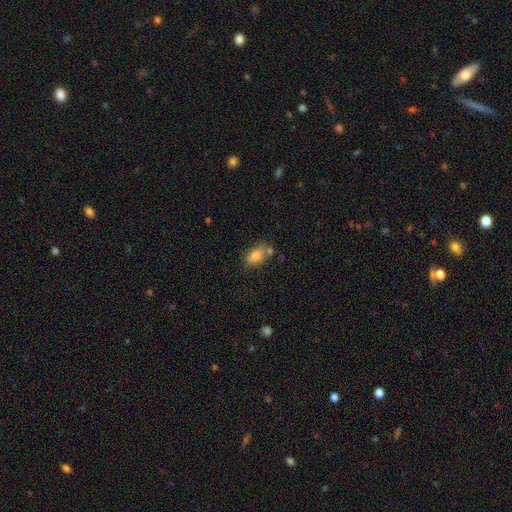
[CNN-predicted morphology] type=smooth (80%); roundness=in between (87%); merging=none (62%).